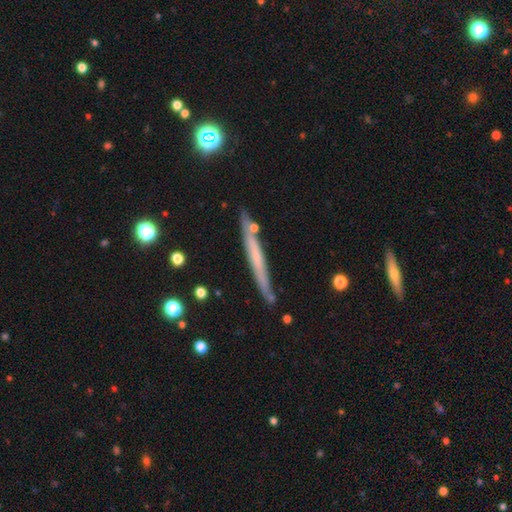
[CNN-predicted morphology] Smooth or featured? Predicted: featured or disk (p=0.51). Edge-on disk? Predicted: yes (p=0.94). Merging? Predicted: none (p=0.82).